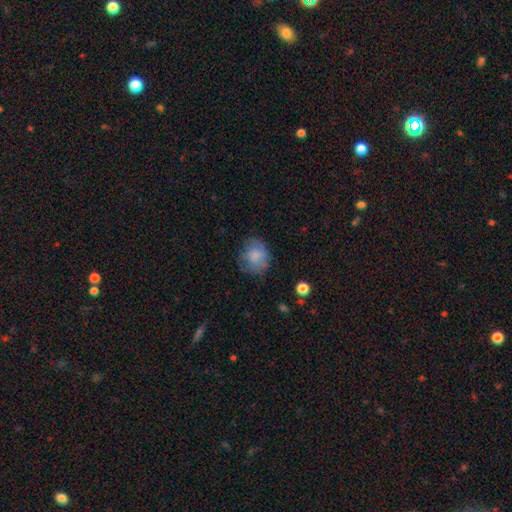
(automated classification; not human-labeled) Smooth or featured: smooth — 77% (featured or disk — 14%)
How rounded: round — 70% (in between — 29%)
Merging: none — 63% (minor disturbance — 24%)